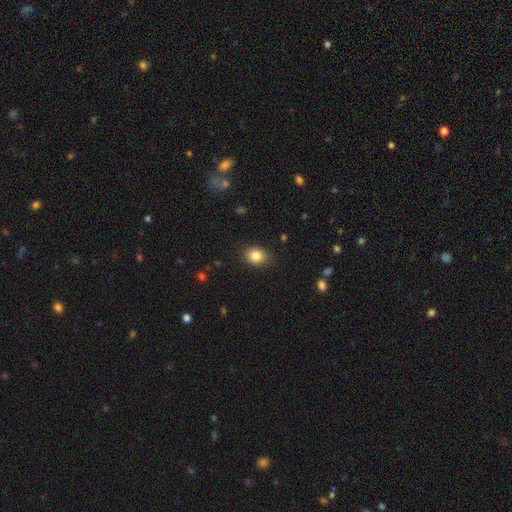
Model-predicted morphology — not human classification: Smooth or featured? Predicted: smooth (p=0.85). How rounded? Predicted: round (p=0.51). Merging? Predicted: none (p=0.83).